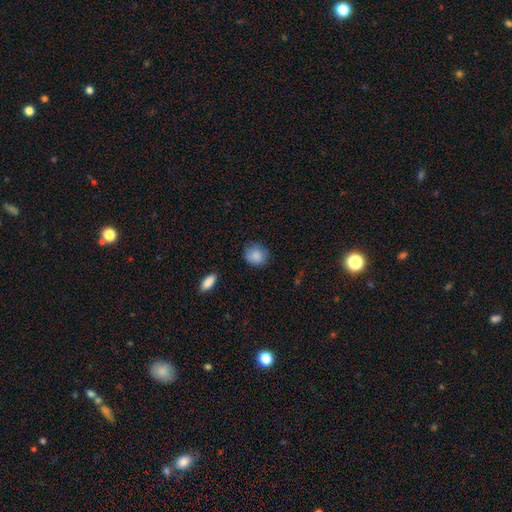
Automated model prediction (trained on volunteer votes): This is clearly a smooth galaxy (87%). How rounded: clearly round (80%). Merging: likely none (78%).